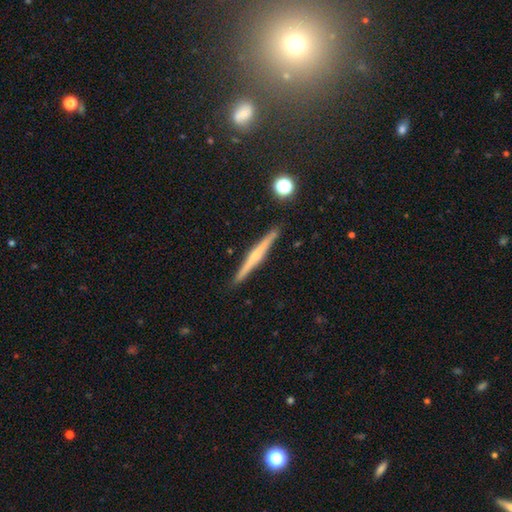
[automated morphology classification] Q: Smooth or featured?
A: featured or disk (71%); runner-up: smooth (21%)
Q: Edge-on disk?
A: yes (98%); runner-up: no (2%)
Q: Edge-on bulge?
A: rounded (75%); runner-up: none (20%)
Q: Merging?
A: none (91%); runner-up: minor disturbance (6%)